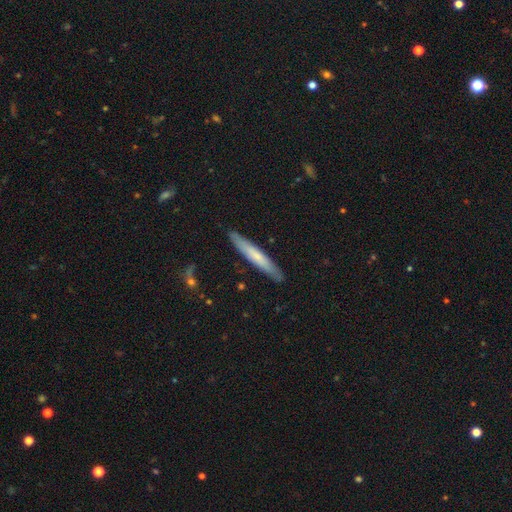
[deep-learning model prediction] smooth_or_featured: smooth (p=0.58) [alt: featured or disk p=0.36]
how_rounded: cigar-shaped (p=0.95) [alt: in between p=0.04]
merging: none (p=0.89) [alt: minor disturbance p=0.08]